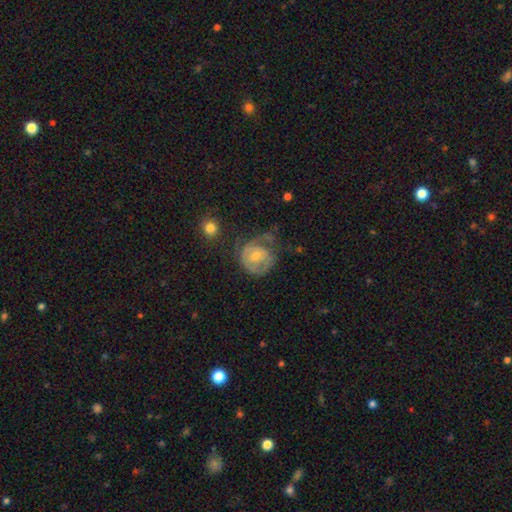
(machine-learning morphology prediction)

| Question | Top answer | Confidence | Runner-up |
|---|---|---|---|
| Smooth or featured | featured or disk | 58% | smooth (35%) |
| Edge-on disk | no | 97% | yes (3%) |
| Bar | no | 66% | weak (28%) |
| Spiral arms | yes | 65% | no (35%) |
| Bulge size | moderate | 53% | small (40%) |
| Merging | none | 38% | major disturbance (31%) |